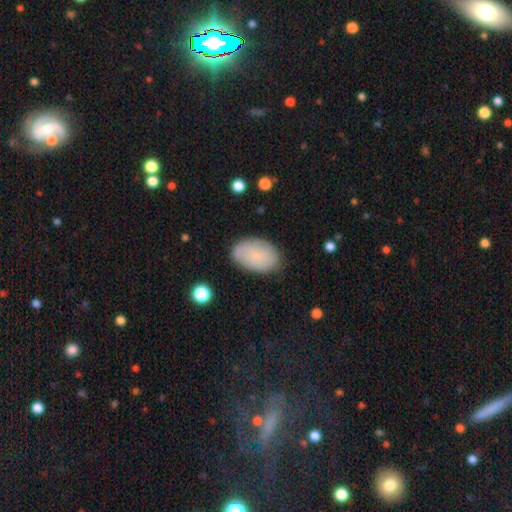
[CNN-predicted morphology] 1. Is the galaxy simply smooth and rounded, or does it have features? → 79% smooth, 14% featured or disk, 8% star or artifact.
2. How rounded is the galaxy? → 92% in between, 7% round, 1% cigar-shaped.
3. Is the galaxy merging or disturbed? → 81% none, 15% minor disturbance, 4% major disturbance, 1% merger.